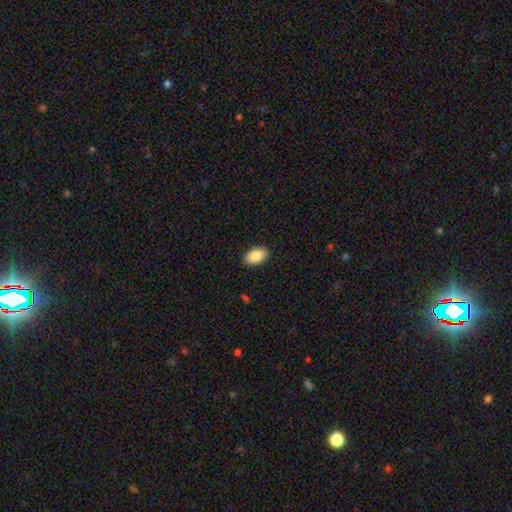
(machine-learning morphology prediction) smooth_or_featured: smooth (p=0.88) [alt: star or artifact p=0.07]
how_rounded: in between (p=0.93) [alt: round p=0.06]
merging: none (p=0.88) [alt: minor disturbance p=0.09]